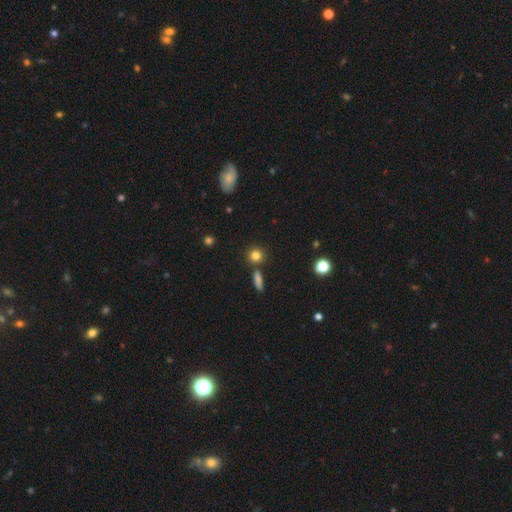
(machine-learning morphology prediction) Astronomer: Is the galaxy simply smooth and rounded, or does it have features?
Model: smooth — 81%.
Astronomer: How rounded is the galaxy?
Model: round — 87%.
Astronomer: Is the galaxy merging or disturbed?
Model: none — 79%.